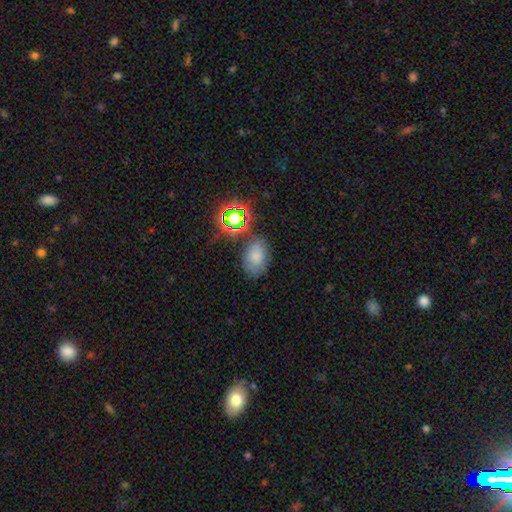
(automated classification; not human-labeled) Smooth or featured? smooth (69%)
How rounded? in between (83%)
Merging? none (70%)